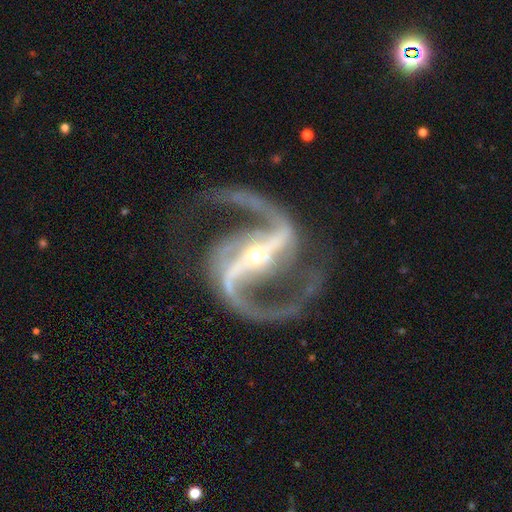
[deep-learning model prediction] smooth-or-featured: featured or disk: 94% | star or artifact: 4% | smooth: 2%
  disk-edge-on: no: 98% | yes: 2%
    bar: strong: 76% | weak: 16% | no: 8%
    has-spiral-arms: yes: 99% | no: 1%
      spiral-winding: medium: 57% | loose: 33% | tight: 11%
      spiral-arm-count: 2: 94% | 3: 2% | can't tell: 1% | 1: 1% | 4: 1% | more than 4: 1%
    bulge-size: small: 75% | moderate: 21% | large: 1% | none: 1% | dominant: 1%
  merging: none: 77% | minor disturbance: 12% | major disturbance: 9% | merger: 2%